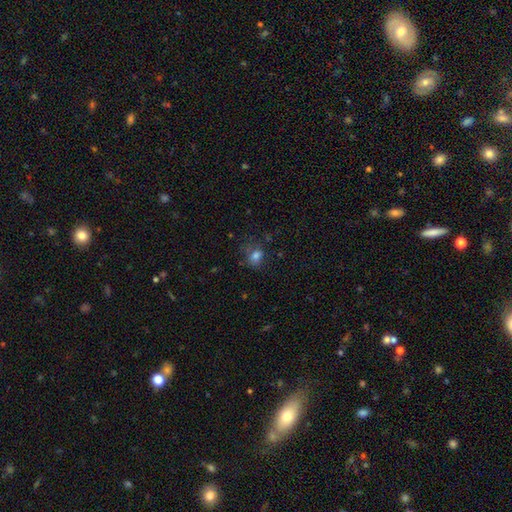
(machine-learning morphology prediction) Smooth or featured? smooth (75%)
How rounded? in between (55%)
Merging? none (58%)